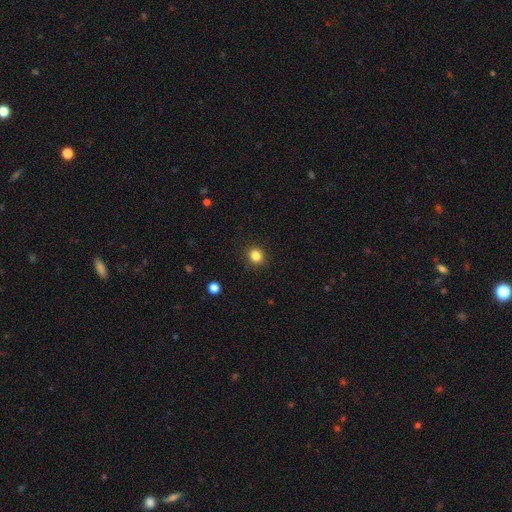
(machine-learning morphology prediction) type=smooth (84%); roundness=round (86%); merging=none (91%).